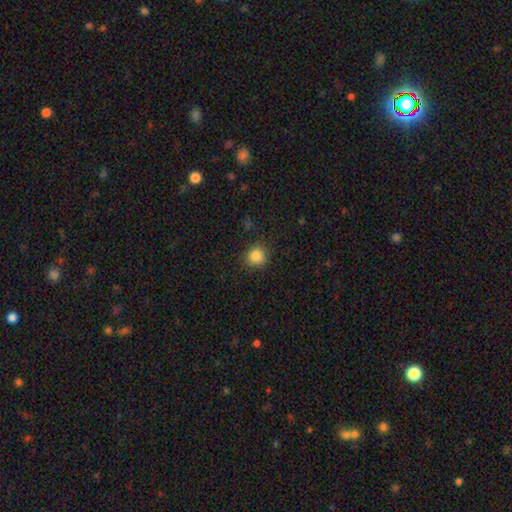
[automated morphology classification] The model was most divided on "how rounded": round: 85%, in between: 14%, cigar-shaped: 1%. More confident: merging — none (86%); smooth or featured — smooth (85%).